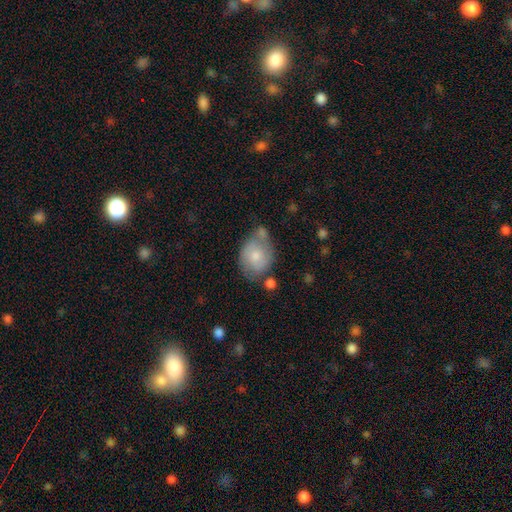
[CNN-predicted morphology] This appears to be a smooth galaxy with no disk features (66%) that is in between round and cigar-shaped (50%). Merging: none (45%).